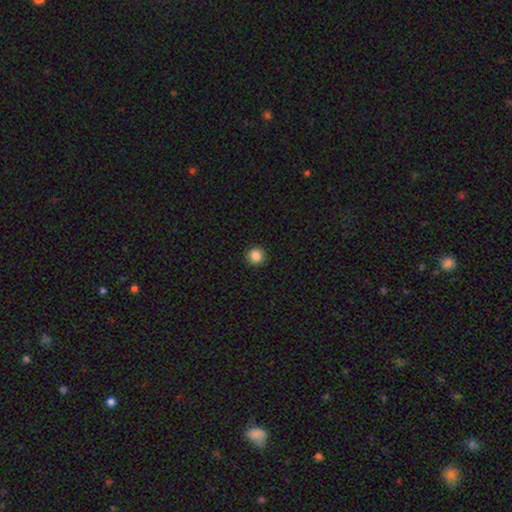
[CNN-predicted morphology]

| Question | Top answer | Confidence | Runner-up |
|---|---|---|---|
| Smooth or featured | smooth | 86% | star or artifact (10%) |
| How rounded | round | 92% | in between (7%) |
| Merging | none | 92% | minor disturbance (5%) |